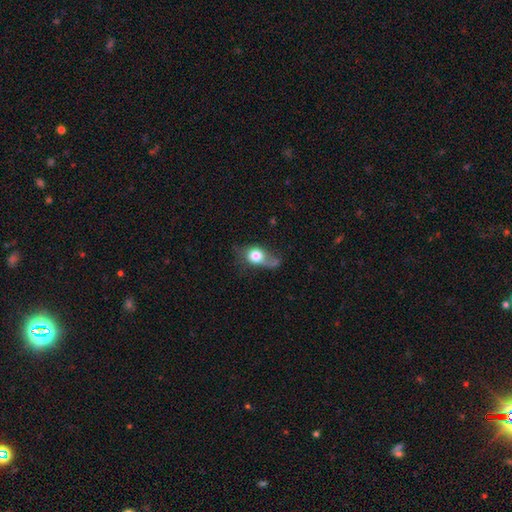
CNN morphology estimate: A smooth galaxy with no disk features (69%) that is in between round and cigar-shaped (50%). Merging: major disturbance (33%).